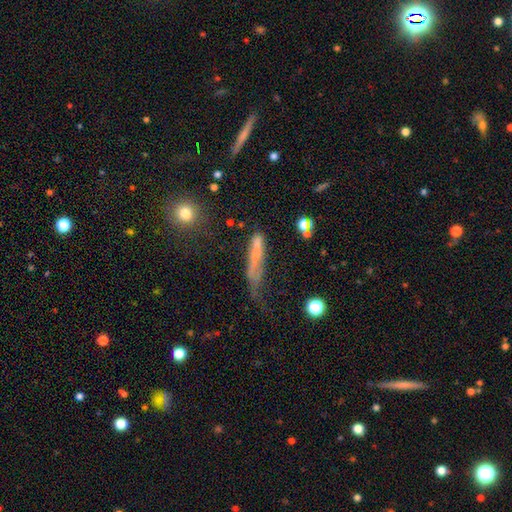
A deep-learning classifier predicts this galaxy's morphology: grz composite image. It shows a smooth galaxy with no disk features (54%) that is cigar-shaped (85%). Merging: major disturbance (40%).